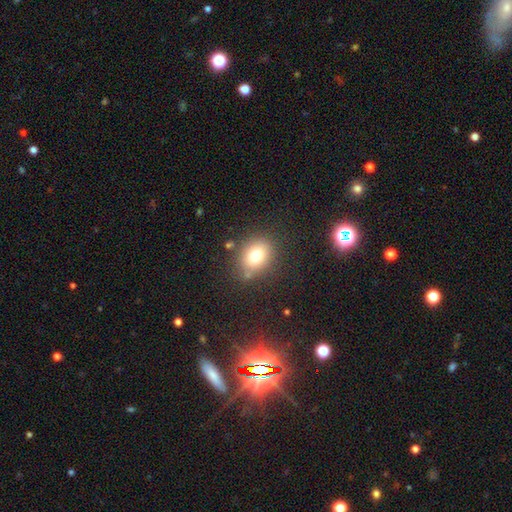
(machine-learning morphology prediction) Smooth or featured? Predicted: smooth (p=0.77). How rounded? Predicted: in between (p=0.53). Merging? Predicted: none (p=0.77).